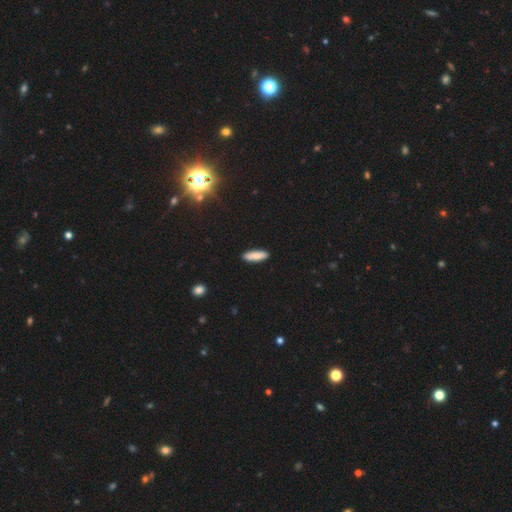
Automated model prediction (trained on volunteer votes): Q: Smooth or featured?
A: smooth (84%); runner-up: featured or disk (10%)
Q: How rounded?
A: cigar-shaped (56%); runner-up: in between (42%)
Q: Merging?
A: none (90%); runner-up: minor disturbance (8%)